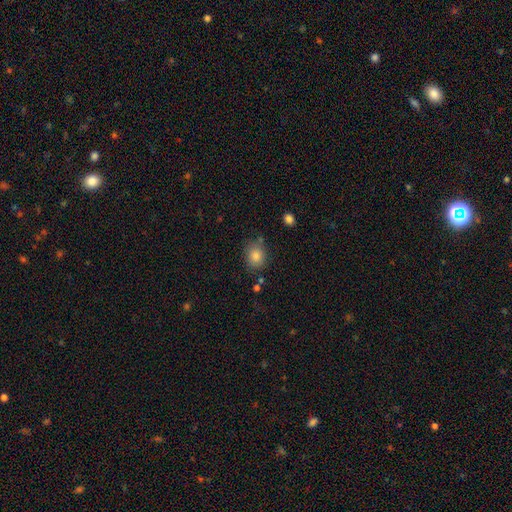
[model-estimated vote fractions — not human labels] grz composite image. It shows a smooth galaxy with no disk features (82%) that is round (58%). Merging: none (77%).